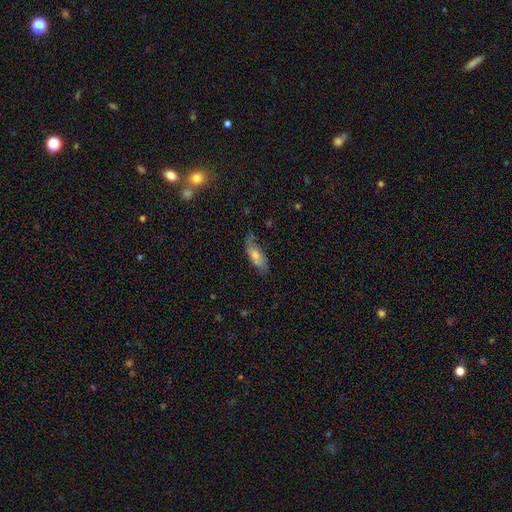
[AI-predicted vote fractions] Morphology: type=smooth (70%); roundness=in between (67%); merging=none (63%).